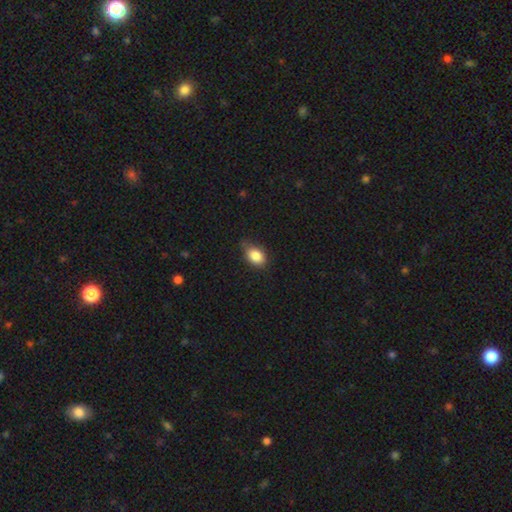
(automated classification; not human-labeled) Smooth or featured? smooth (84%)
How rounded? in between (77%)
Merging? none (70%)